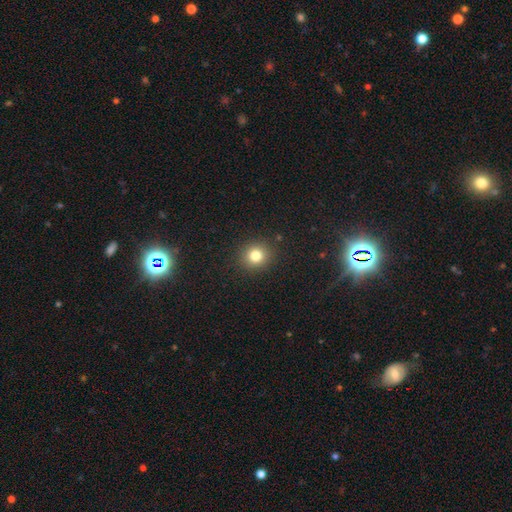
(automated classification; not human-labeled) The model was most divided on "smooth or featured": smooth: 80%, star or artifact: 13%, featured or disk: 7%. More confident: merging — none (90%); how rounded — round (85%).